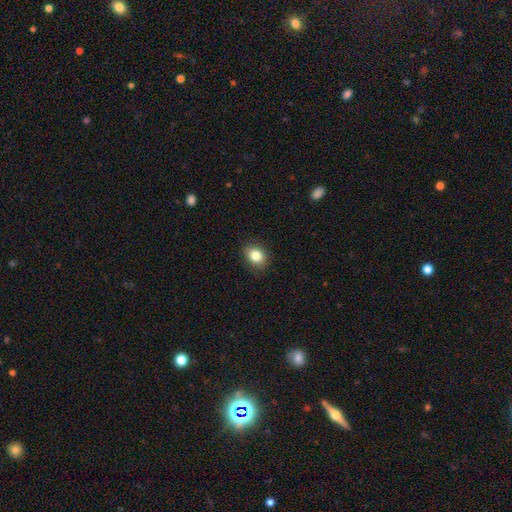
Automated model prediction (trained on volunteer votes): A smooth galaxy with no disk features (84%) that is round (50%). Merging: none (88%).